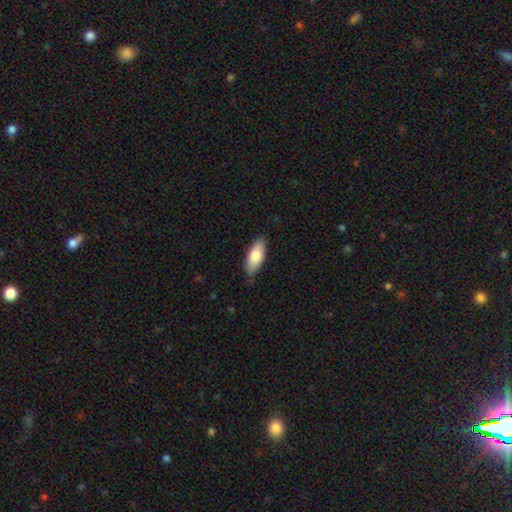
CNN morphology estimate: The model was most divided on "smooth or featured": smooth: 77%, featured or disk: 17%, star or artifact: 6%. More confident: merging — none (84%); how rounded — in between (79%).